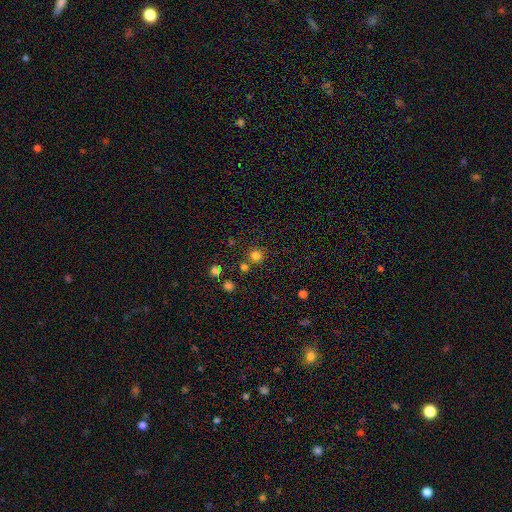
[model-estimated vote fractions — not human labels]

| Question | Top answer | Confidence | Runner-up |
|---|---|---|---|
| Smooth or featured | smooth | 78% | star or artifact (16%) |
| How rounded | round | 94% | in between (5%) |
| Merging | none | 77% | merger (12%) |